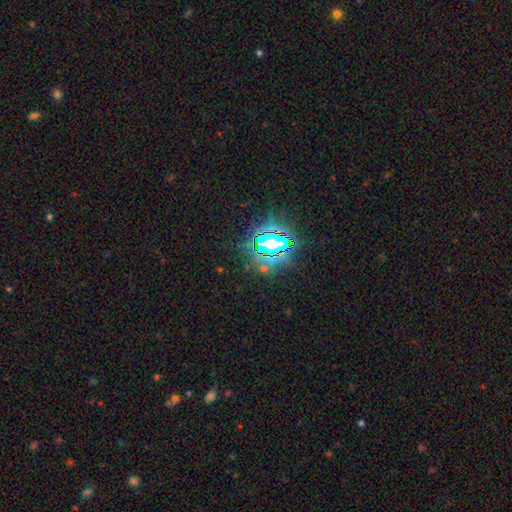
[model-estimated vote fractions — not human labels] Smooth or featured? Predicted: star or artifact (p=0.81).